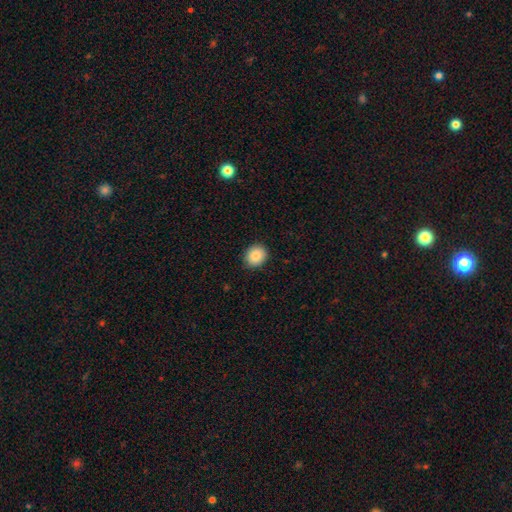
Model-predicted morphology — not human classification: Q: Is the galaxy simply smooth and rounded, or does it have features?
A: smooth — 87%.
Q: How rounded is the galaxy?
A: round — 73%.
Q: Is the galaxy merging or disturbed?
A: none — 90%.